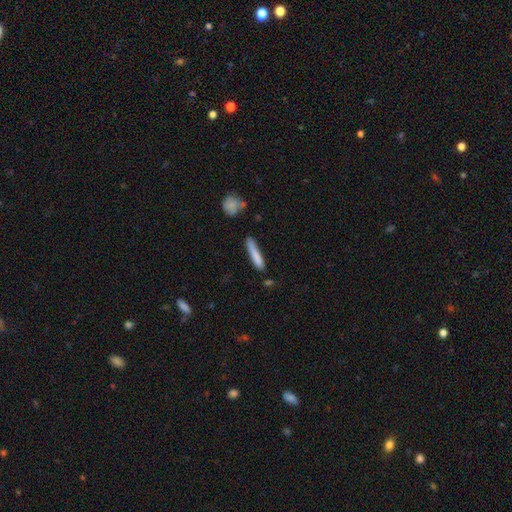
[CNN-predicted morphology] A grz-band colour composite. It shows a smooth galaxy with no disk features (80%) that is cigar-shaped (91%). Merging: none (69%).